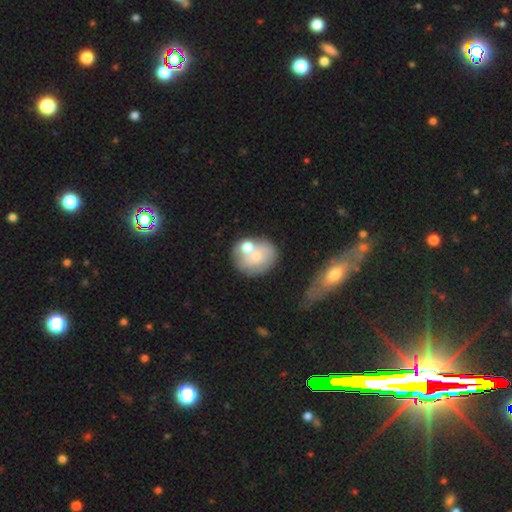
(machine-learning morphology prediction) Smooth or featured?
  - smooth: 55% *
  - featured or disk: 36%
  - star or artifact: 9%
How rounded?
  - round: 68% *
  - in between: 31%
  - cigar-shaped: 1%
Merging?
  - none: 45% *
  - merger: 29%
  - minor disturbance: 17%
  - major disturbance: 9%